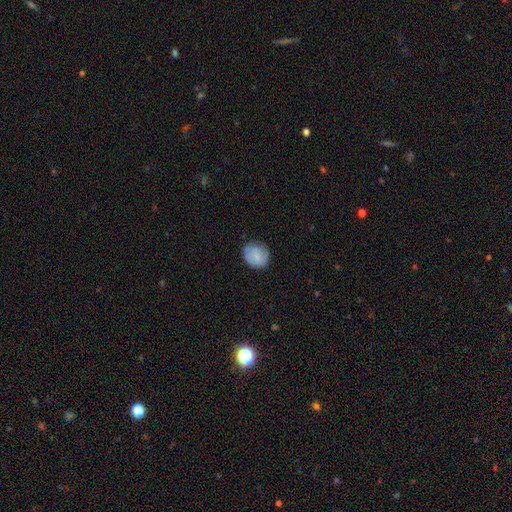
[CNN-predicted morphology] smooth_or_featured: smooth (p=0.78) [alt: featured or disk p=0.15]
how_rounded: round (p=0.74) [alt: in between p=0.25]
merging: none (p=0.75) [alt: minor disturbance p=0.19]